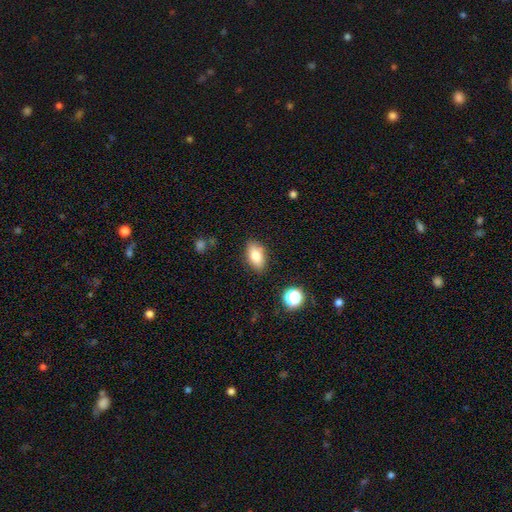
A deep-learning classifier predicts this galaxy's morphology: This appears to be a smooth galaxy with no disk features (82%) that is in between round and cigar-shaped (89%). Merging: none (83%).